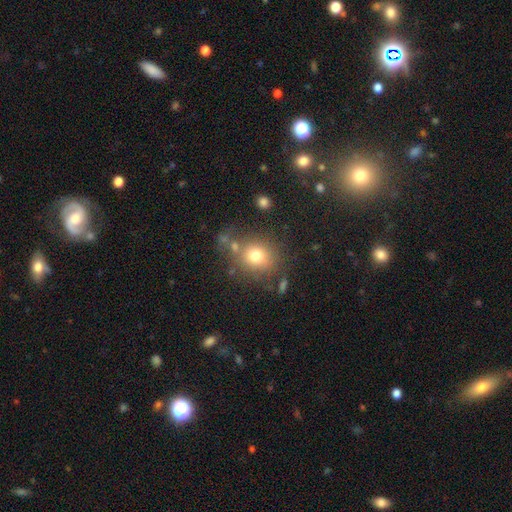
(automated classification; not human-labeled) smooth-or-featured: smooth: 75% | star or artifact: 13% | featured or disk: 13%
  how-rounded: round: 77% | in between: 22% | cigar-shaped: 1%
  merging: none: 67% | minor disturbance: 15% | merger: 10% | major disturbance: 8%